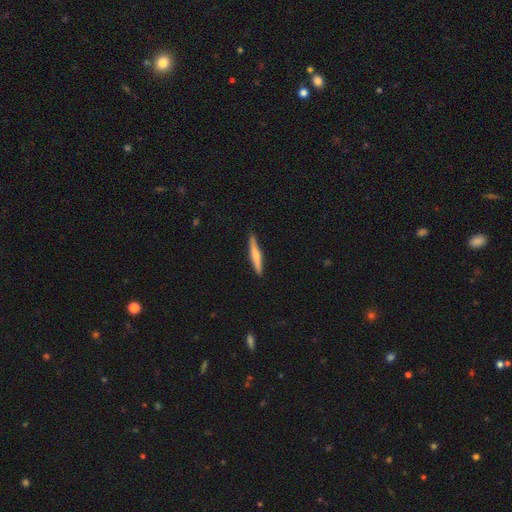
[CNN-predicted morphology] A smooth galaxy with no disk features (57%) that is cigar-shaped (93%).

Vote fractions:
- Smooth or featured? smooth: 57% / featured or disk: 38% / star or artifact: 5%
- How rounded? cigar-shaped: 93% / in between: 5% / round: 1%
- Merging? none: 89% / minor disturbance: 8% / major disturbance: 1% / merger: 1%